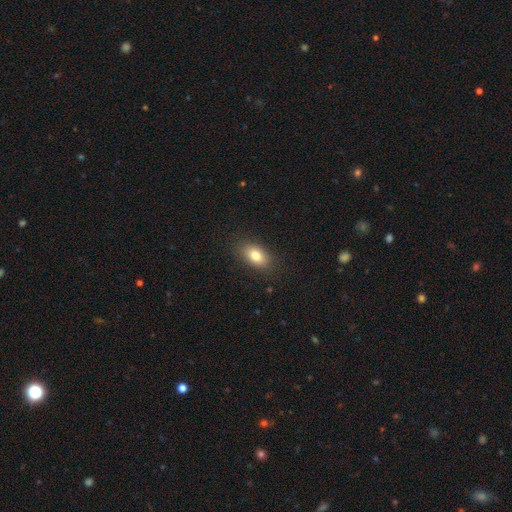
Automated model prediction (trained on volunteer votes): This is clearly a smooth galaxy (80%). How rounded: clearly in between (88%). Merging: clearly none (86%).